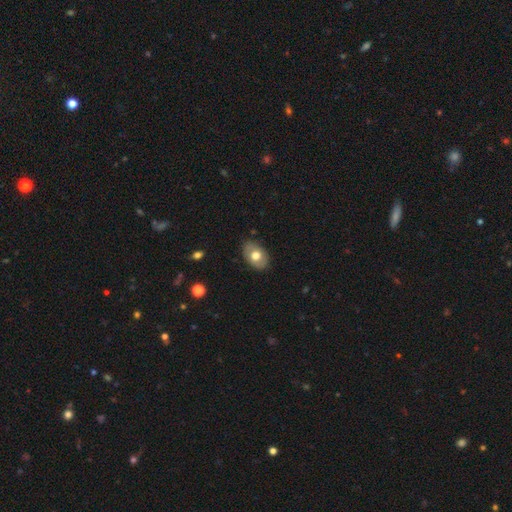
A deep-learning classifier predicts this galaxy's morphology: smooth-or-featured: smooth: 69% | featured or disk: 24% | star or artifact: 7%
  how-rounded: in between: 85% | round: 14% | cigar-shaped: 1%
  merging: none: 85% | minor disturbance: 12% | major disturbance: 2% | merger: 1%